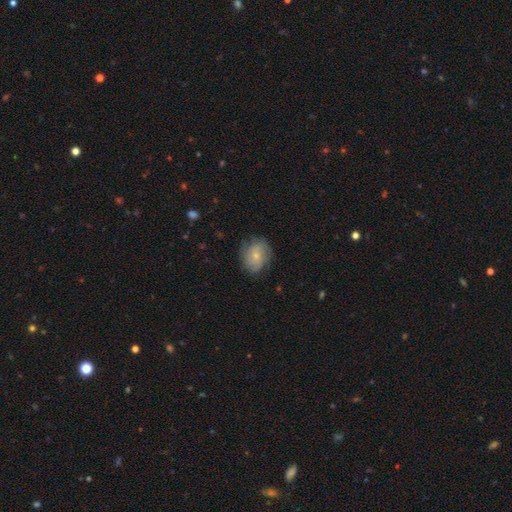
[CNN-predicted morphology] A smooth galaxy with no disk features (57%) that is round (64%). Merging: none (75%).